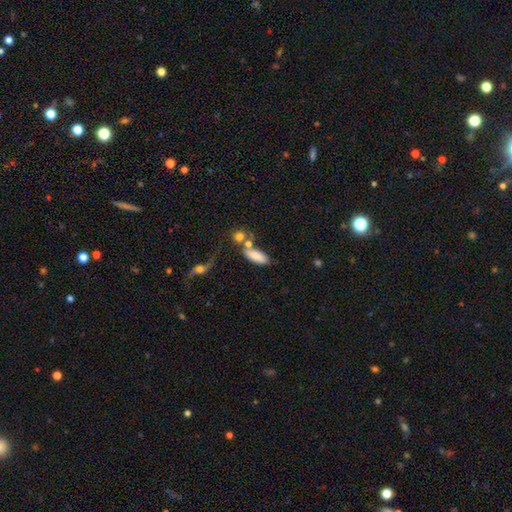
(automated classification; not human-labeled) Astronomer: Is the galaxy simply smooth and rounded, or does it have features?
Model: smooth — 82%.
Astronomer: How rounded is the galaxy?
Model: in between — 75%.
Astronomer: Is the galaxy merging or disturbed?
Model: none — 49% (runner-up: merger, 26%).